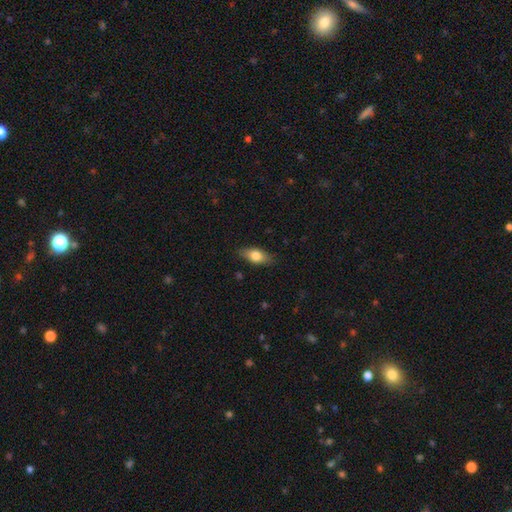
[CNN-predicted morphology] smooth 75%, featured or disk 18%, star or artifact 7%. Down the decision tree: how rounded — in between (83%); merging — none (84%).